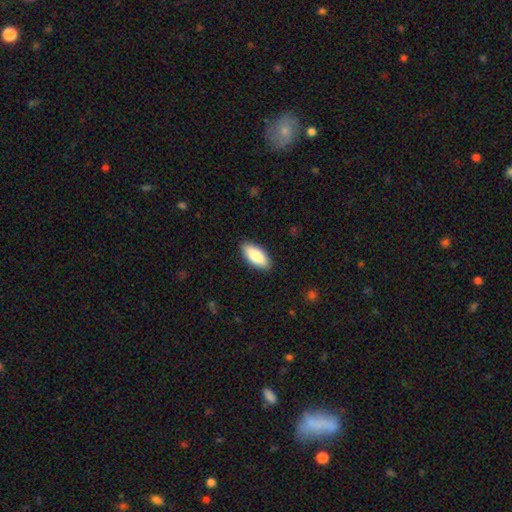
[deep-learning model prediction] Smooth or featured: smooth — 85% (featured or disk — 10%)
How rounded: in between — 86% (cigar-shaped — 12%)
Merging: none — 89% (minor disturbance — 8%)